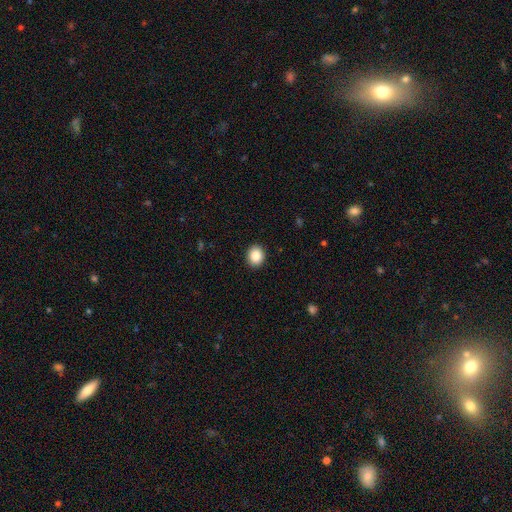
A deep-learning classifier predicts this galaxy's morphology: Overall: smooth (87%). How rounded: round (69%; in between 30%). Merging: none (92%).